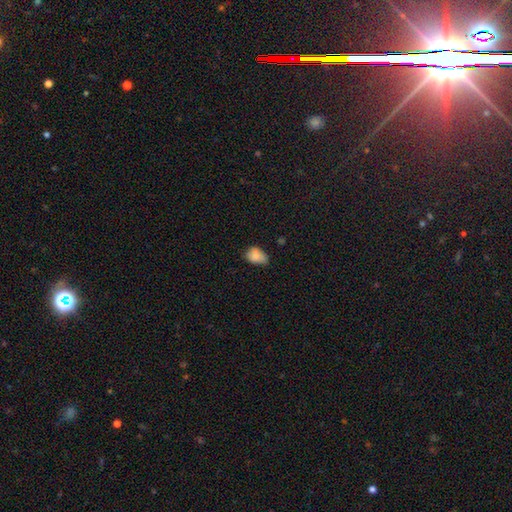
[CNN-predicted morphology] The model was most divided on "merging": none: 46%, minor disturbance: 43%, major disturbance: 9%, merger: 3%. More confident: smooth or featured — smooth (84%); how rounded — in between (78%).